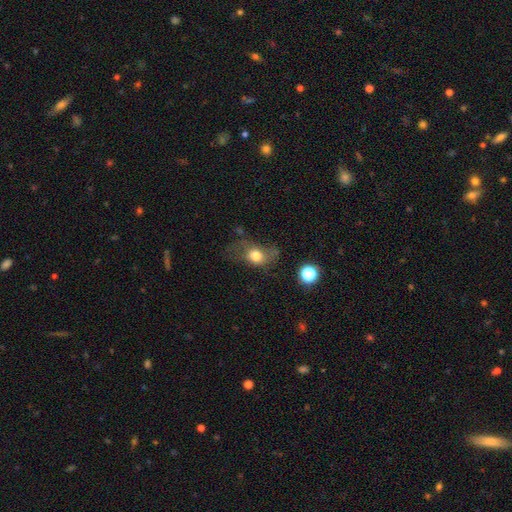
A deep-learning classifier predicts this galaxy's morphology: A smooth galaxy with no disk features (70%) that is in between round and cigar-shaped (53%).

Vote fractions:
- Smooth or featured? smooth: 70% / featured or disk: 19% / star or artifact: 11%
- How rounded? in between: 53% / round: 45% / cigar-shaped: 2%
- Merging? none: 35% / major disturbance: 34% / minor disturbance: 27% / merger: 4%